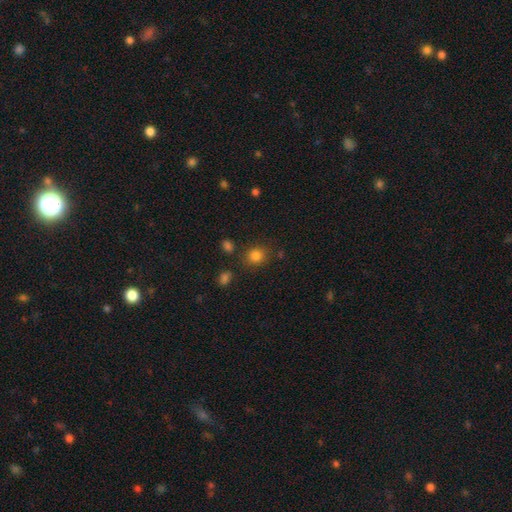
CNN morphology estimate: A smooth galaxy with no disk features (82%) that is round (76%).

Vote fractions:
- Smooth or featured? smooth: 82% / star or artifact: 13% / featured or disk: 6%
- How rounded? round: 76% / in between: 23% / cigar-shaped: 1%
- Merging? none: 79% / minor disturbance: 11% / merger: 5% / major disturbance: 4%